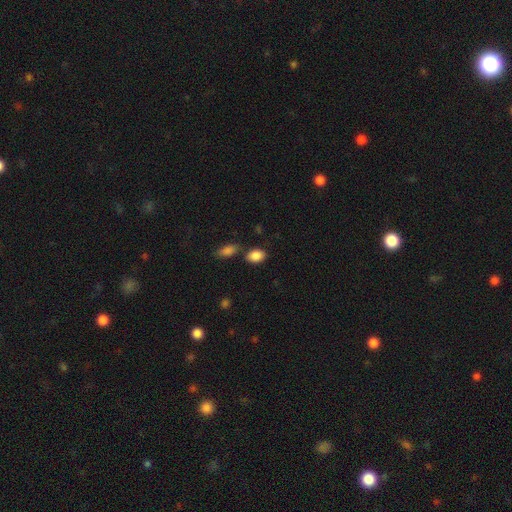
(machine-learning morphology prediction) This is clearly a smooth galaxy (87%). How rounded: clearly in between (84%). Merging: likely none (72%).